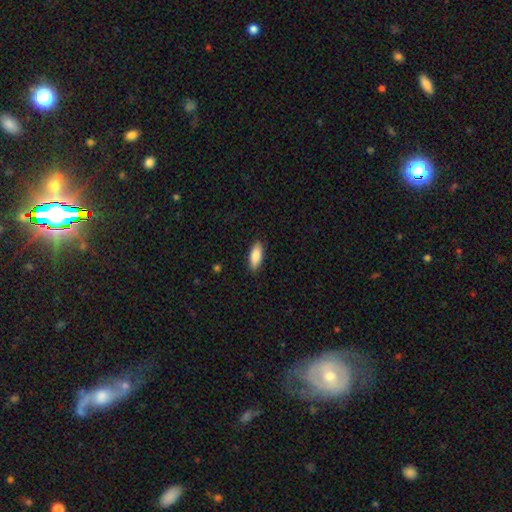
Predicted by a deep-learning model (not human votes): Morphology: type=smooth (87%); roundness=in between (80%); merging=none (88%).